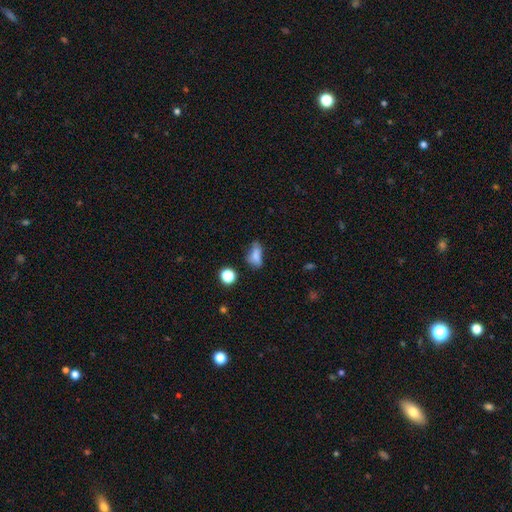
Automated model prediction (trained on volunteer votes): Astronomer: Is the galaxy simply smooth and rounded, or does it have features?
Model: smooth — 73%.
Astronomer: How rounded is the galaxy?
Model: in between — 80%.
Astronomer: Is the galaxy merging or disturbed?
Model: none — 40% (runner-up: minor disturbance, 33%).